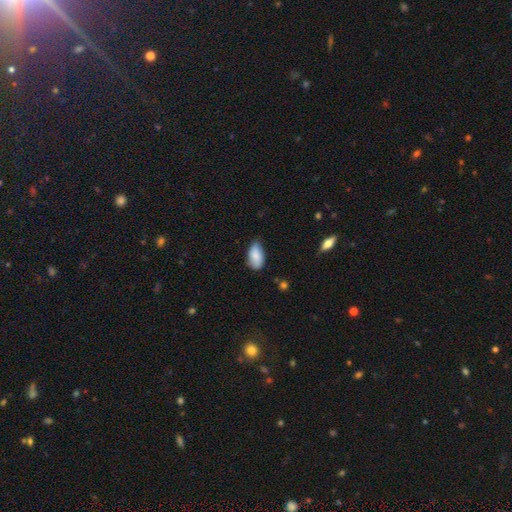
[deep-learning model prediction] This is clearly a smooth galaxy (85%). How rounded: clearly in between (94%). Merging: likely none (67%).